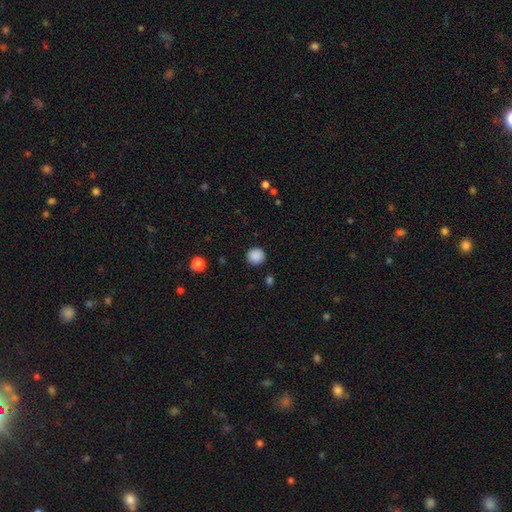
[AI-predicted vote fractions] Smooth or featured: smooth — 88% (star or artifact — 10%)
How rounded: round — 94% (in between — 5%)
Merging: none — 90% (minor disturbance — 7%)